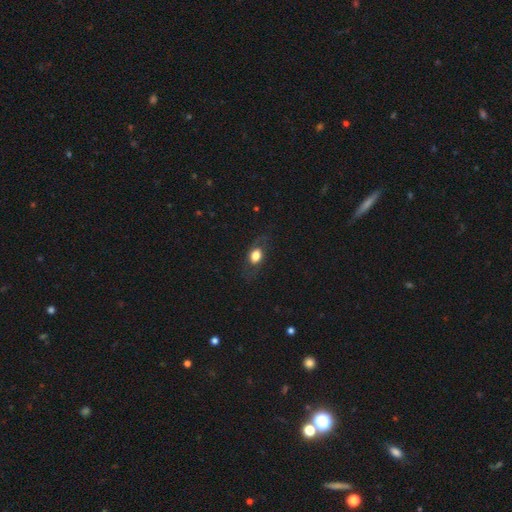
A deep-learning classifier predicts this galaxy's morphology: Smooth or featured: smooth — 69% (featured or disk — 22%)
How rounded: in between — 67% (round — 30%)
Merging: none — 69% (minor disturbance — 18%)